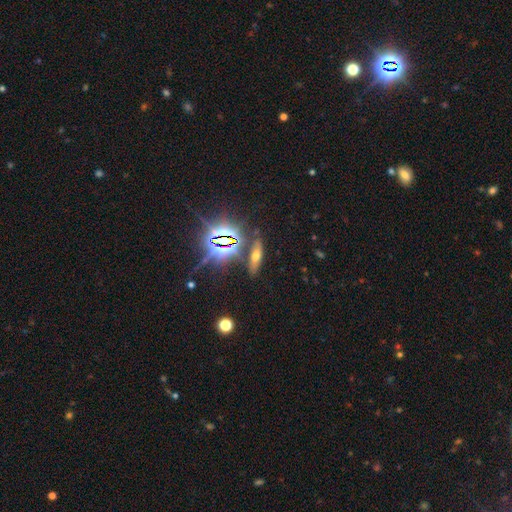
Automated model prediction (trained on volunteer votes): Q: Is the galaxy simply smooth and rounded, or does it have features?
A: smooth — 42%.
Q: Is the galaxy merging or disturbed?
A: none — 80%.